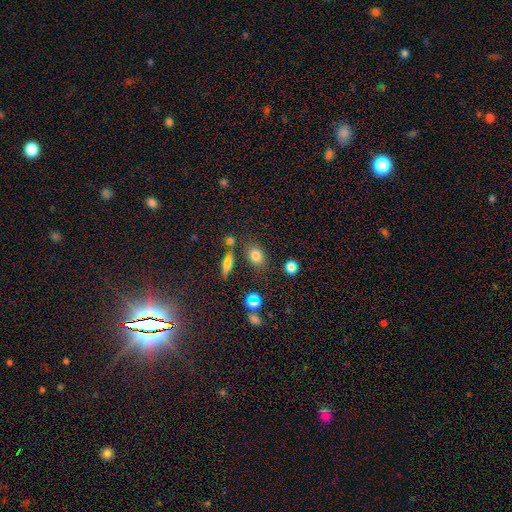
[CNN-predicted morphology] smooth 73%, star or artifact 18%, featured or disk 9%. Down the decision tree: how rounded — in between (59%); merging — none (78%).